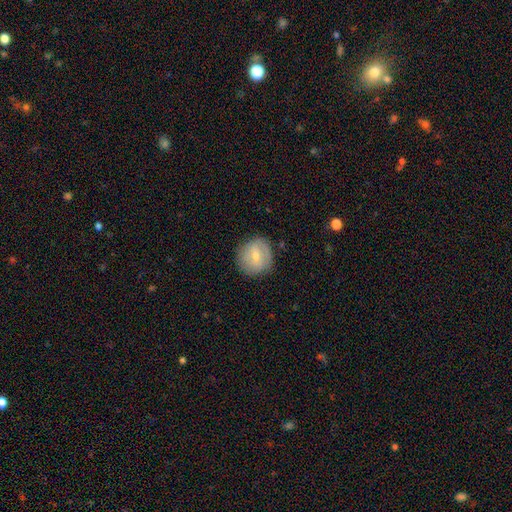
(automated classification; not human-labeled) Smooth or featured? Predicted: smooth (p=0.56). How rounded? Predicted: round (p=0.85). Merging? Predicted: none (p=0.79).